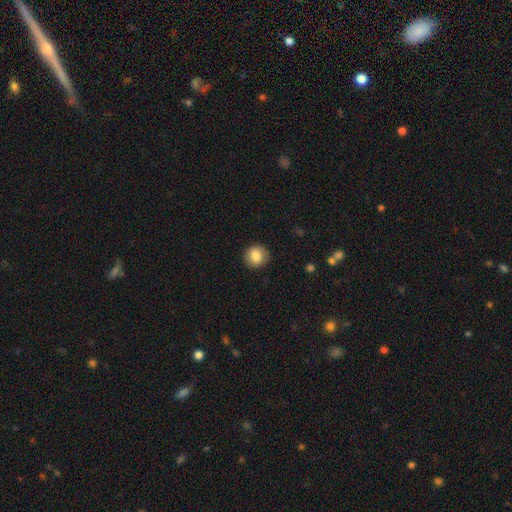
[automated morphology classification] Smooth or featured? Predicted: smooth (p=0.83). How rounded? Predicted: round (p=0.88). Merging? Predicted: none (p=0.90).